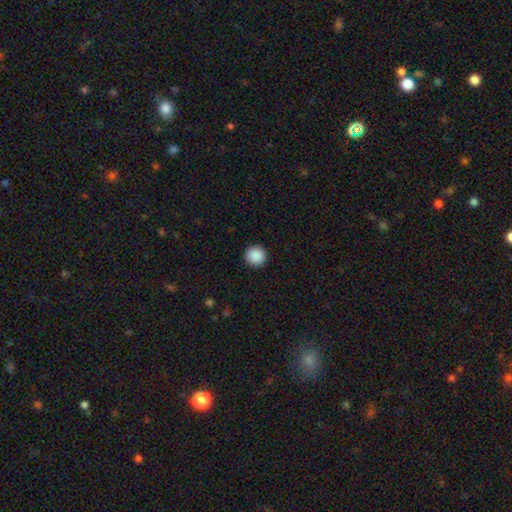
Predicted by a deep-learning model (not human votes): Overall: smooth (90%). How rounded: round (95%). Merging: none (93%).